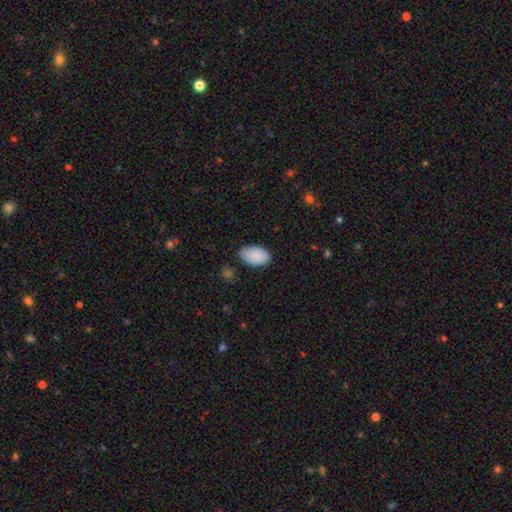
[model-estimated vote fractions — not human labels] Q: Smooth or featured?
A: smooth (89%); runner-up: star or artifact (6%)
Q: How rounded?
A: in between (94%); runner-up: round (5%)
Q: Merging?
A: none (79%); runner-up: minor disturbance (16%)